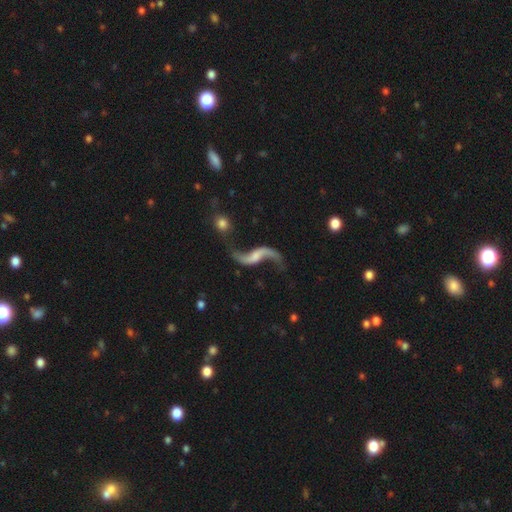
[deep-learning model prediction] Smooth or featured: featured or disk — 89% (smooth — 6%)
Edge-on disk: no — 94% (yes — 6%)
Bar: no — 49% (weak — 35%)
Spiral arms: yes — 96% (no — 4%)
Spiral winding: loose — 95% (medium — 4%)
Spiral arm count: 2 — 93% (1 — 3%)
Bulge size: none — 36% (small — 33%)
Merging: none — 64% (minor disturbance — 16%)